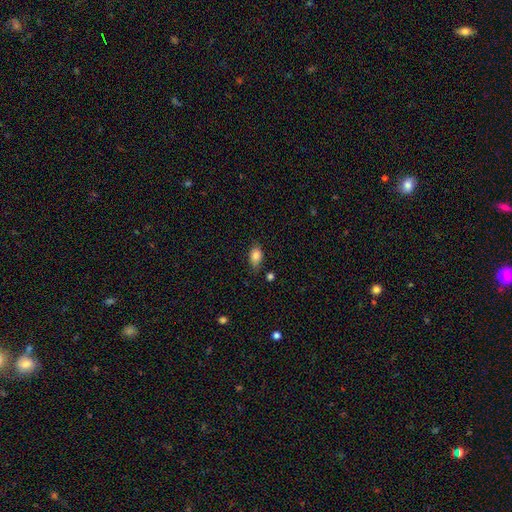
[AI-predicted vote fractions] smooth 83%, featured or disk 9%, star or artifact 8%. Down the decision tree: how rounded — in between (87%); merging — none (73%).